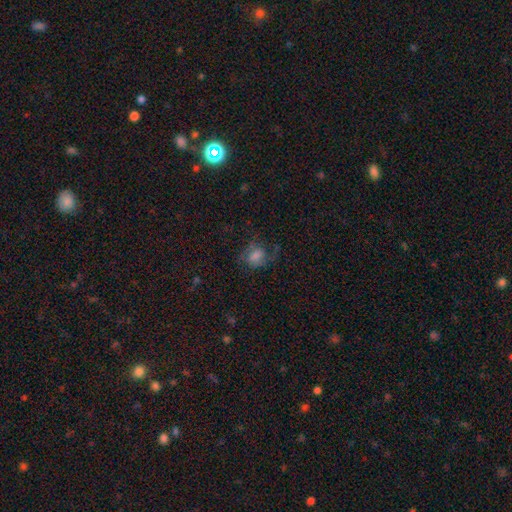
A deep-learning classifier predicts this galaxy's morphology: Overall: featured or disk (43%; smooth 41%). Merging: none (54%; major disturbance 23%).